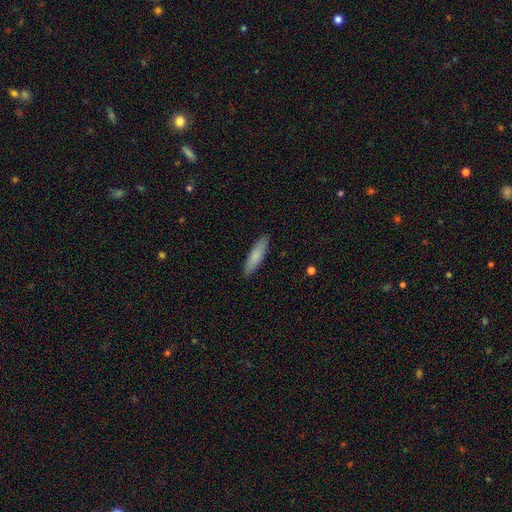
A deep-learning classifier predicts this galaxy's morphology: Smooth or featured? smooth (82%)
How rounded? cigar-shaped (74%)
Merging? none (90%)